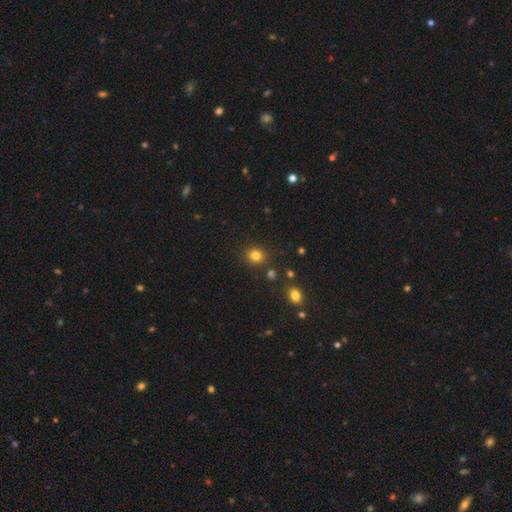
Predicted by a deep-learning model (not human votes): Smooth or featured? Predicted: smooth (p=0.81). How rounded? Predicted: round (p=0.80). Merging? Predicted: none (p=0.87).